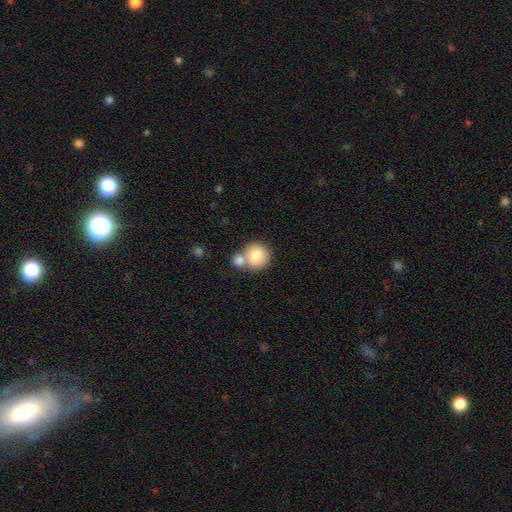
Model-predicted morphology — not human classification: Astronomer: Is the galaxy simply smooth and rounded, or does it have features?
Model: smooth — 81%.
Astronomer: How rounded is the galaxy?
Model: round — 84%.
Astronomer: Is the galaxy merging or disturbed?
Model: merger — 48% (runner-up: none, 40%).